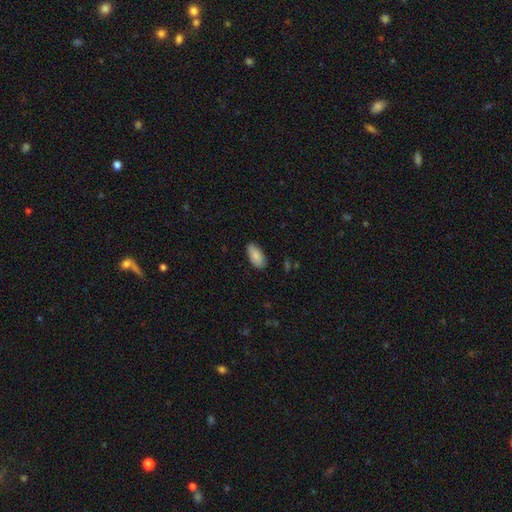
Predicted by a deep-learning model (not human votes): smooth 87%, featured or disk 7%, star or artifact 6%. Down the decision tree: how rounded — in between (92%); merging — none (79%).